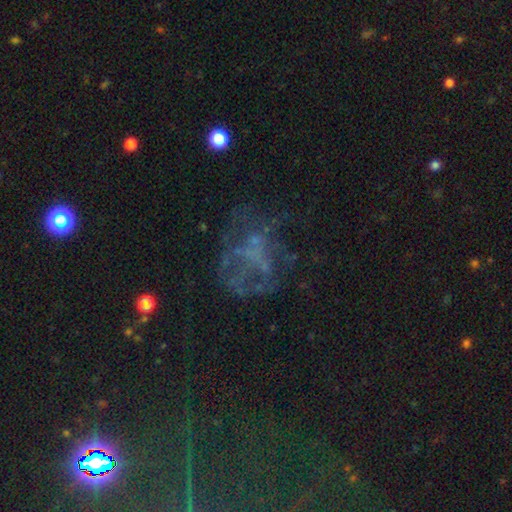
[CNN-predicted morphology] featured or disk 44%, star or artifact 37%, smooth 19%. Down the decision tree: merging — none (49%).